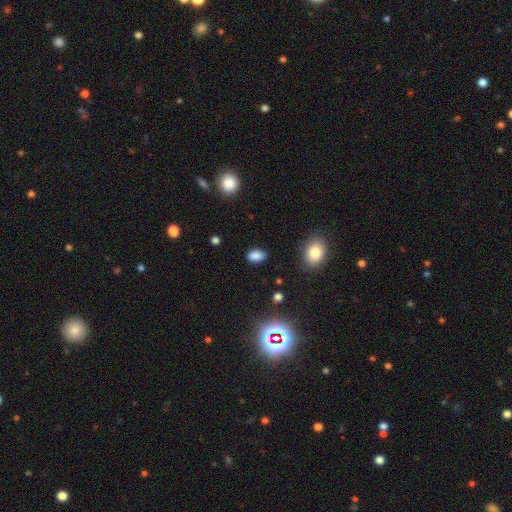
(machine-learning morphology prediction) Smooth or featured?
  - smooth: 83% *
  - star or artifact: 12%
  - featured or disk: 4%
How rounded?
  - in between: 85% *
  - round: 14%
  - cigar-shaped: 2%
Merging?
  - none: 81% *
  - minor disturbance: 14%
  - major disturbance: 3%
  - merger: 2%